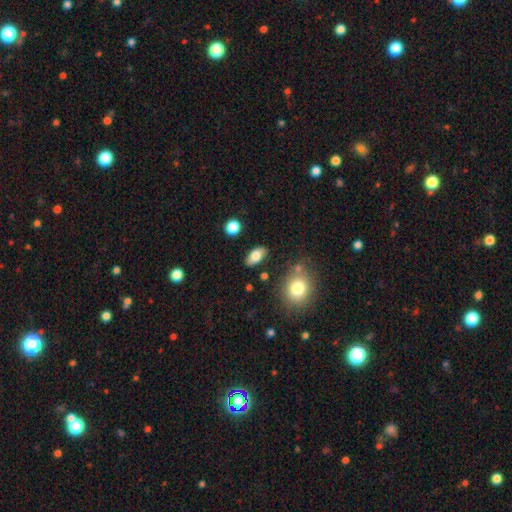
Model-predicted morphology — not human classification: This appears to be a smooth galaxy with no disk features (76%) that is in between round and cigar-shaped (90%). Merging: none (83%).